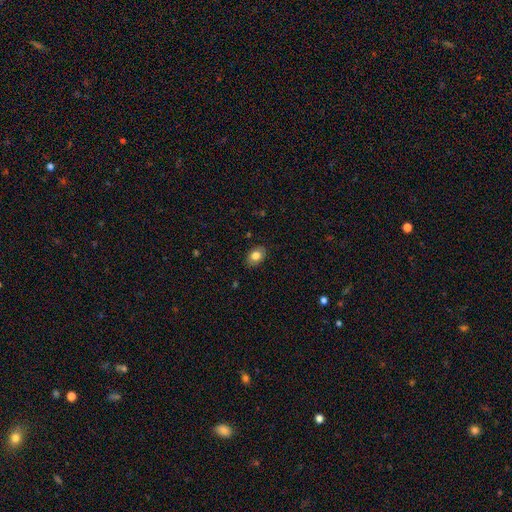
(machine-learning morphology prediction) smooth 81%, featured or disk 11%, star or artifact 8%. Down the decision tree: how rounded — in between (80%); merging — none (85%).